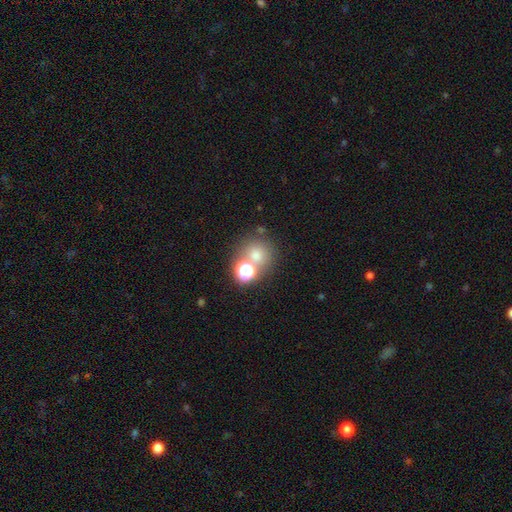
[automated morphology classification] This appears to be a smooth galaxy with no disk features (63%) that is round (84%). Merging: none (57%).